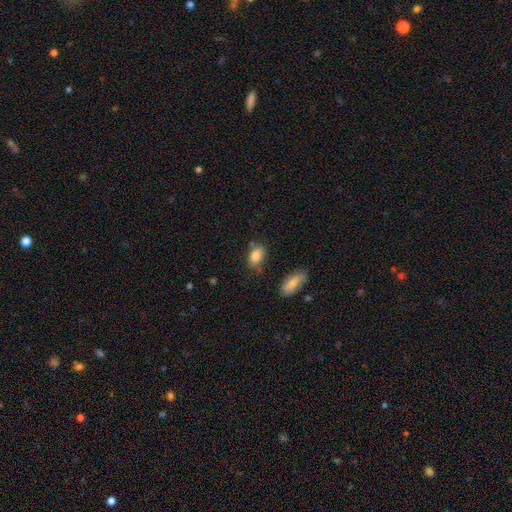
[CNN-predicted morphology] smooth_or_featured: smooth (p=0.85) [alt: star or artifact p=0.08]
how_rounded: in between (p=0.86) [alt: round p=0.11]
merging: none (p=0.66) [alt: minor disturbance p=0.21]